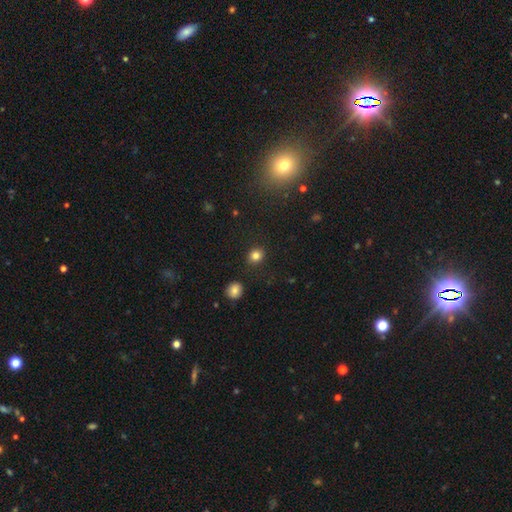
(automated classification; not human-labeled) smooth 83%, star or artifact 12%, featured or disk 5%. Down the decision tree: how rounded — round (80%); merging — none (87%).